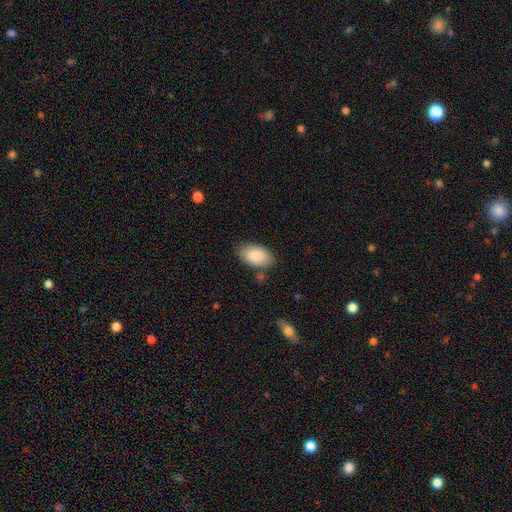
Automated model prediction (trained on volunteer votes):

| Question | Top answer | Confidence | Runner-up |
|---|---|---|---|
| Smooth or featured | smooth | 87% | featured or disk (7%) |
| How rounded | in between | 95% | round (4%) |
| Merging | none | 77% | minor disturbance (15%) |